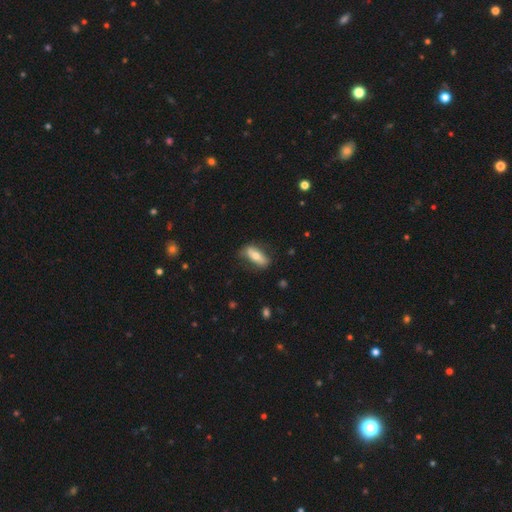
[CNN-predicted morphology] The model was most divided on "smooth or featured": smooth: 58%, featured or disk: 36%, star or artifact: 6%. More confident: merging — none (73%); how rounded — in between (66%).